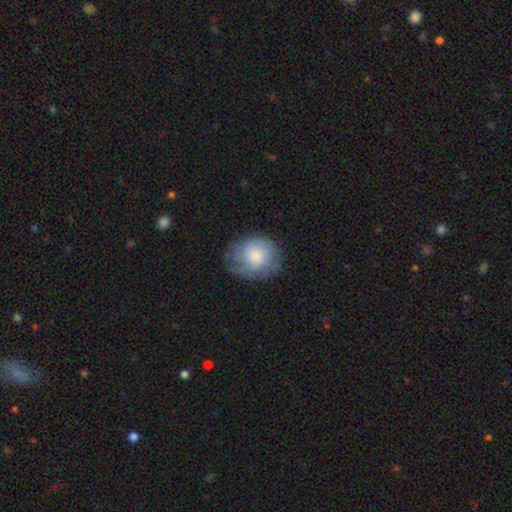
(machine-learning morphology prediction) type=smooth (47%); merging=none (65%).